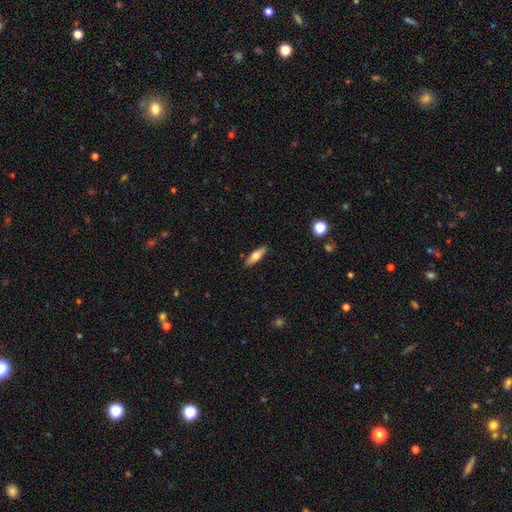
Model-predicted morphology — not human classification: Smooth or featured? smooth (66%)
How rounded? cigar-shaped (54%)
Merging? none (88%)